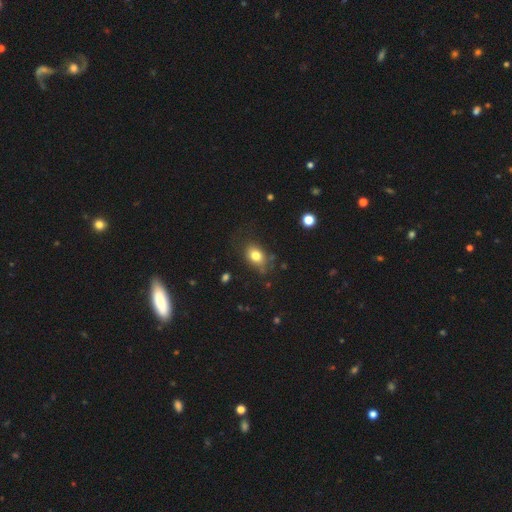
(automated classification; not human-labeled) Morphology: type=smooth (79%); roundness=in between (67%); merging=none (71%).